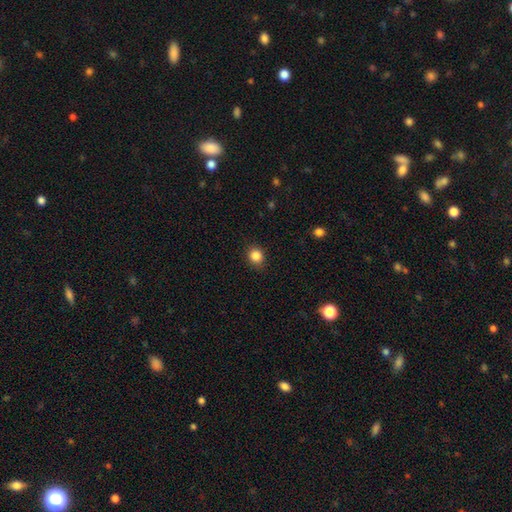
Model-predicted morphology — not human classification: A smooth galaxy with no disk features (86%) that is round (74%). Merging: none (86%).